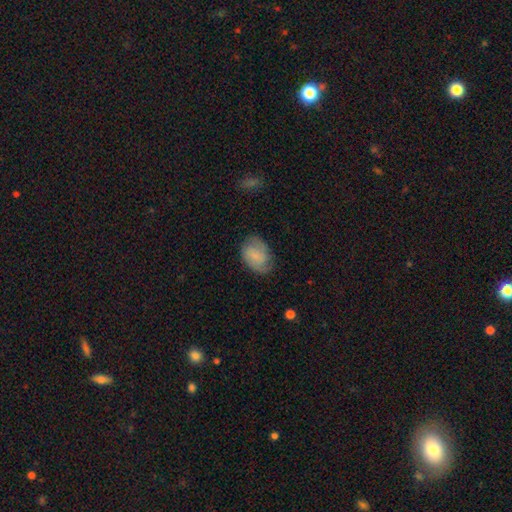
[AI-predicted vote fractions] Smooth or featured? Predicted: smooth (p=0.61). How rounded? Predicted: in between (p=0.78). Merging? Predicted: none (p=0.70).